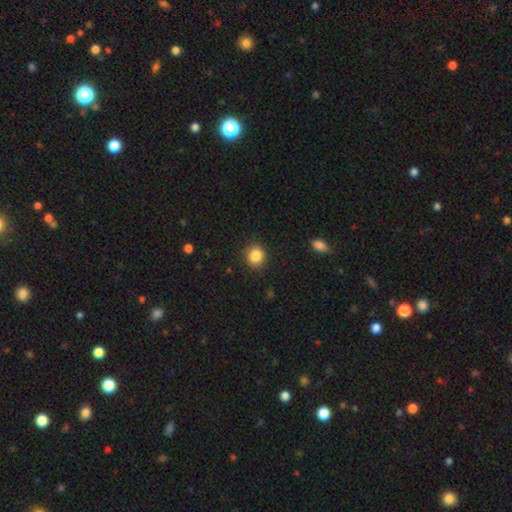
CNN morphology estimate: Overall: smooth (86%). How rounded: round (80%). Merging: none (89%).